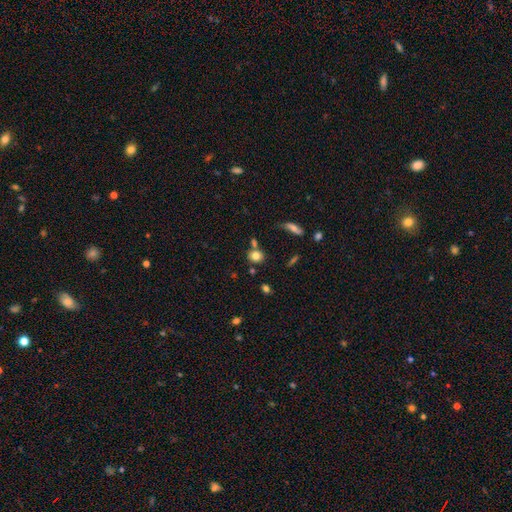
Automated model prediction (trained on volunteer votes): A smooth galaxy with no disk features (78%) that is round (75%). Merging: none (67%).